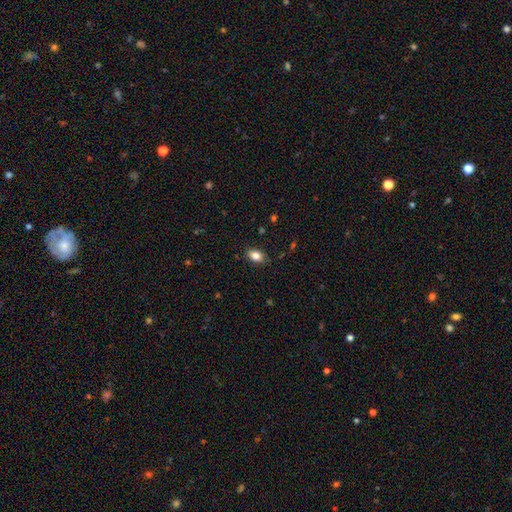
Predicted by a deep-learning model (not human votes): Morphology: type=smooth (82%); roundness=in between (84%); merging=none (84%).